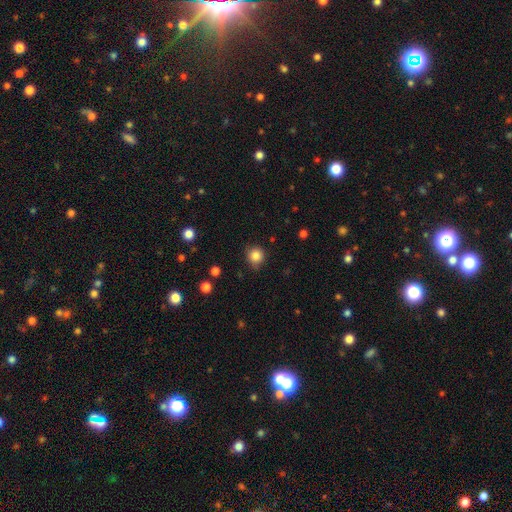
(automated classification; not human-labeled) Smooth or featured: smooth — 84% (star or artifact — 11%)
How rounded: round — 90% (in between — 9%)
Merging: none — 82% (minor disturbance — 14%)